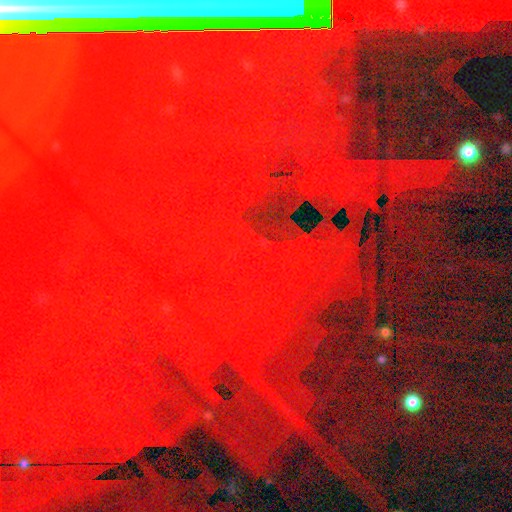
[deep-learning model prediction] Smooth or featured? Predicted: star or artifact (p=0.85).